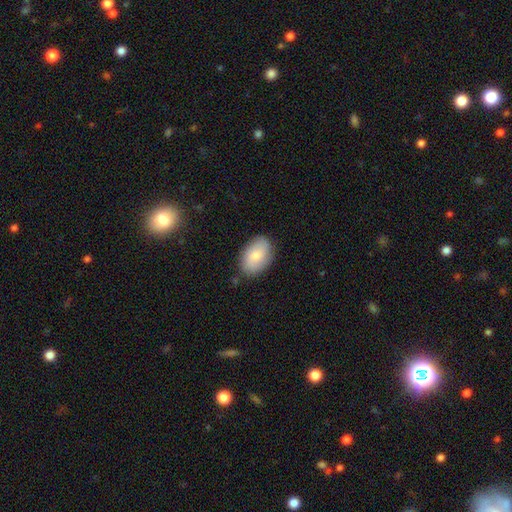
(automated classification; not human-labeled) A smooth galaxy with no disk features (73%) that is in between round and cigar-shaped (88%).

Vote fractions:
- Smooth or featured? smooth: 73% / featured or disk: 21% / star or artifact: 6%
- How rounded? in between: 88% / round: 10% / cigar-shaped: 1%
- Merging? none: 83% / minor disturbance: 13% / major disturbance: 3% / merger: 1%